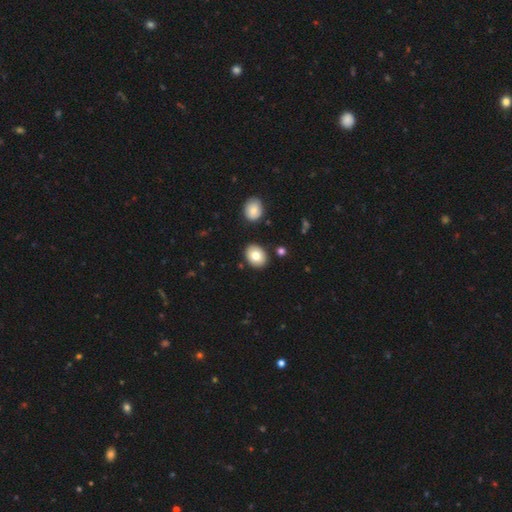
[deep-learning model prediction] Smooth or featured? Predicted: smooth (p=0.79). How rounded? Predicted: in between (p=0.66). Merging? Predicted: none (p=0.87).